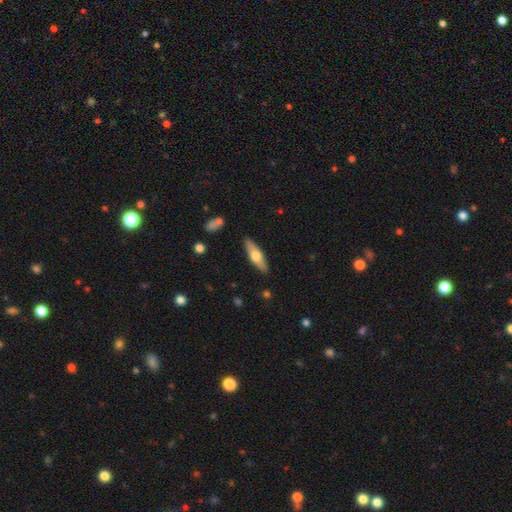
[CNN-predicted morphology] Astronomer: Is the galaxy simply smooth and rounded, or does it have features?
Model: smooth — 51% (runner-up: featured or disk, 44%).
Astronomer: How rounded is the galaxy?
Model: cigar-shaped — 60% (runner-up: in between, 38%).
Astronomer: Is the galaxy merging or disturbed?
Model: none — 88%.